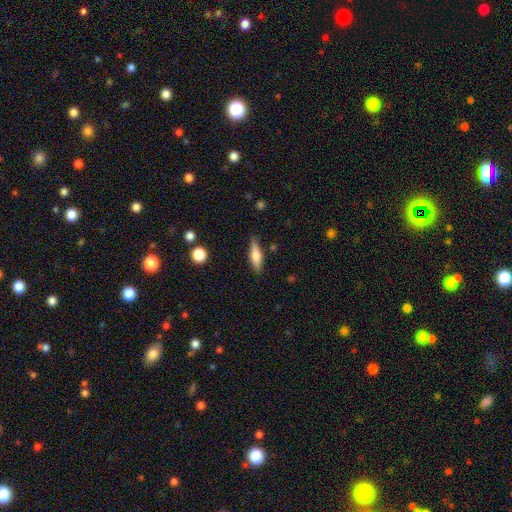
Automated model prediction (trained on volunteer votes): smooth 65%, featured or disk 28%, star or artifact 7%. Down the decision tree: how rounded — cigar-shaped (56%); merging — none (84%).